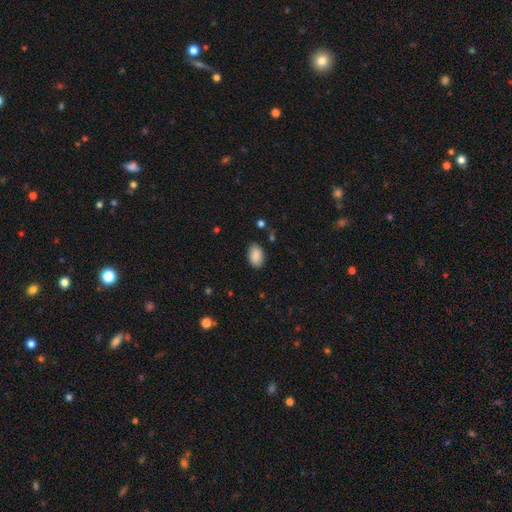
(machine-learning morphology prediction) type=smooth (89%); roundness=in between (90%); merging=none (83%).